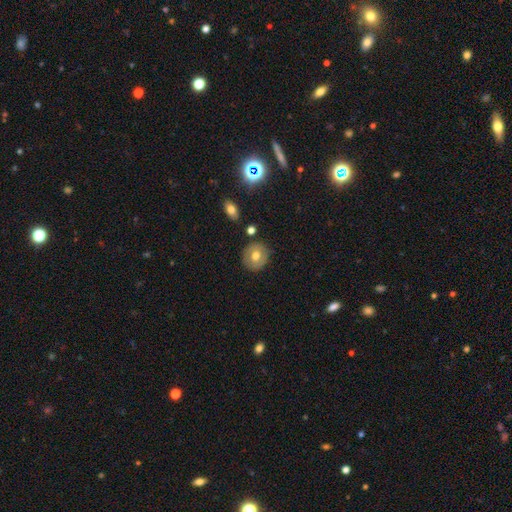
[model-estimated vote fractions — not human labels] Morphology: type=smooth (67%); roundness=round (86%); merging=none (84%).